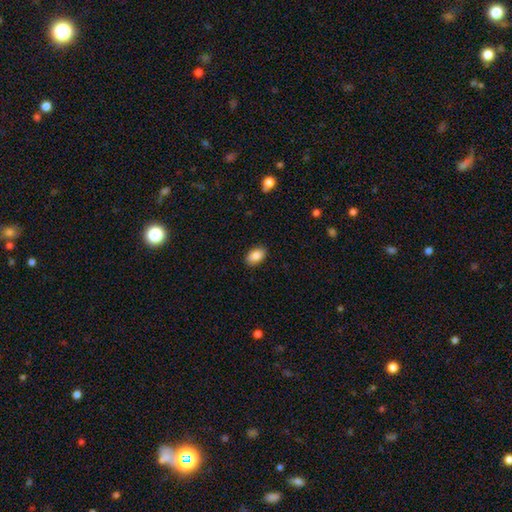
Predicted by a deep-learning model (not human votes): Smooth or featured? smooth (88%)
How rounded? in between (90%)
Merging? none (89%)